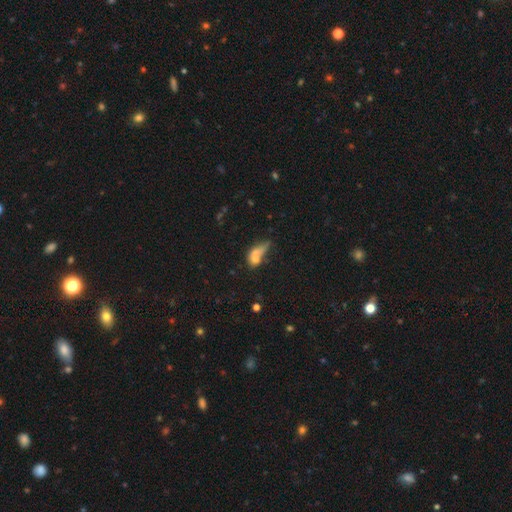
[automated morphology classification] smooth_or_featured: smooth (p=0.63) [alt: featured or disk p=0.25]
how_rounded: in between (p=0.70) [alt: cigar-shaped p=0.17]
merging: merger (p=0.41) [alt: major disturbance p=0.24]